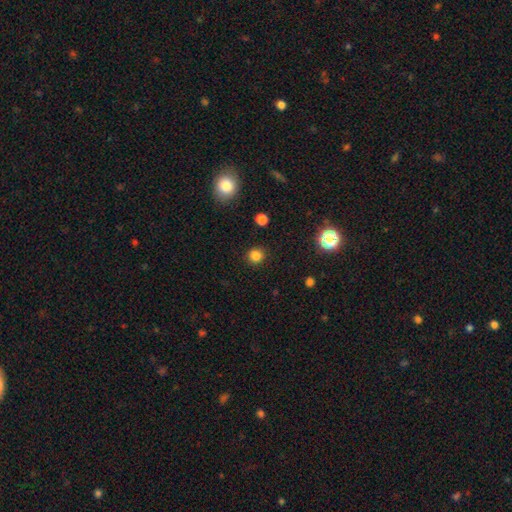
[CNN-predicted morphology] Smooth or featured? smooth (82%)
How rounded? round (89%)
Merging? none (89%)